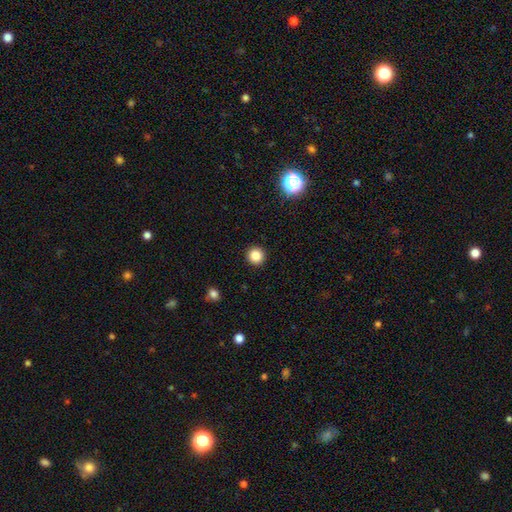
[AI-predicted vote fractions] A smooth galaxy with no disk features (84%) that is round (95%). Merging: none (93%).